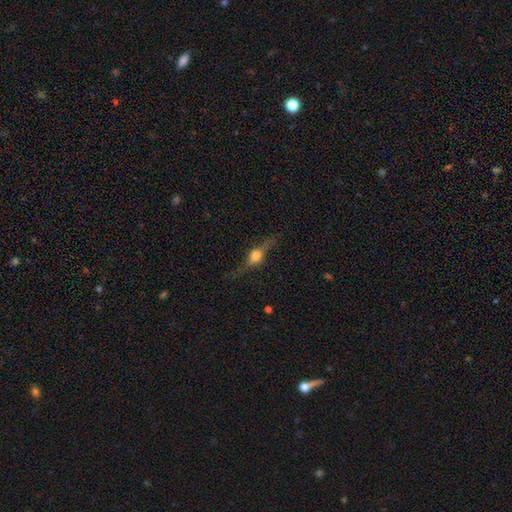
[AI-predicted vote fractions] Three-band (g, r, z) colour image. It shows a featured or disk galaxy (67%) viewed edge-on (95%) with a rounded central bulge (94%). Merging: none (78%).